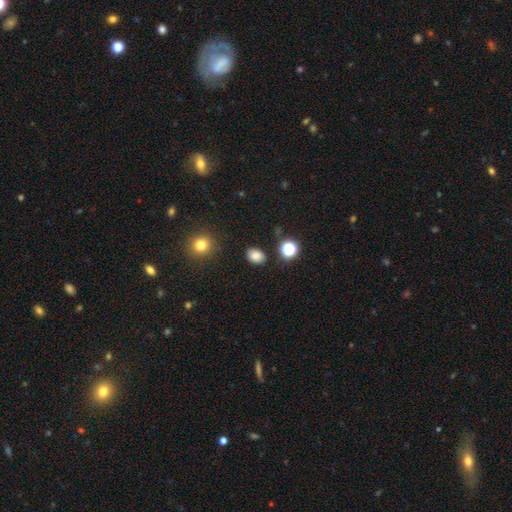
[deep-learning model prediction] Overall: smooth (83%). How rounded: in between (65%; round 34%). Merging: none (86%).